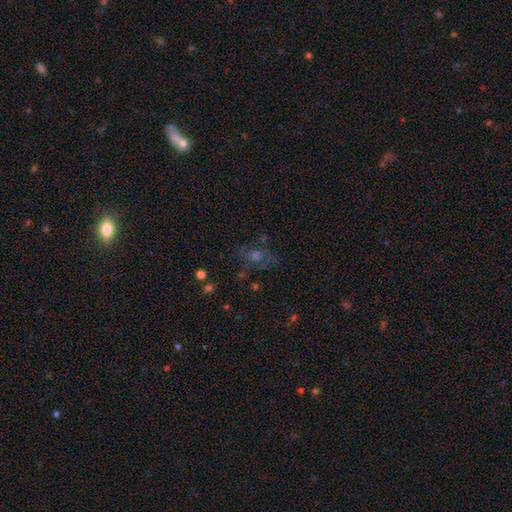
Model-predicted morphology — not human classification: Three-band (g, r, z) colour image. It shows a featured or disk galaxy (46%). Merging: none (66%).